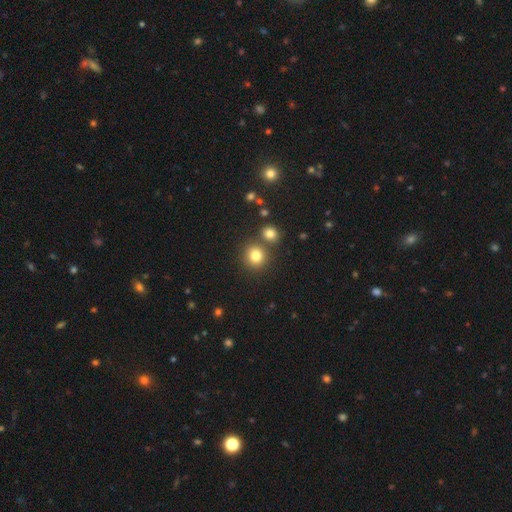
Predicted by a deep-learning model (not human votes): smooth-or-featured: smooth: 80% | star or artifact: 13% | featured or disk: 7%
  how-rounded: round: 88% | in between: 11% | cigar-shaped: 1%
  merging: none: 74% | merger: 16% | minor disturbance: 8% | major disturbance: 3%